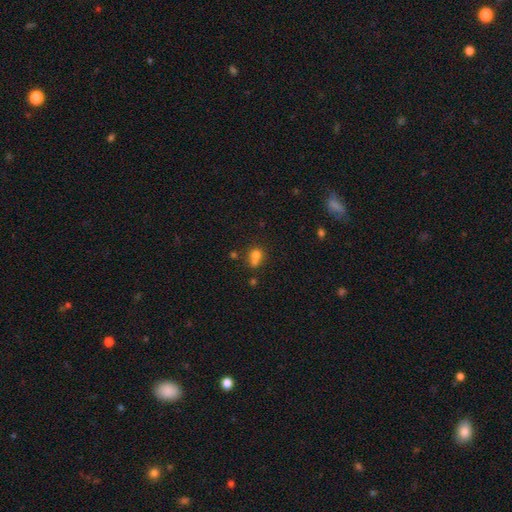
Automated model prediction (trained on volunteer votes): Q: Smooth or featured?
A: smooth (72%); runner-up: star or artifact (14%)
Q: How rounded?
A: round (66%); runner-up: in between (32%)
Q: Merging?
A: merger (44%); runner-up: none (36%)